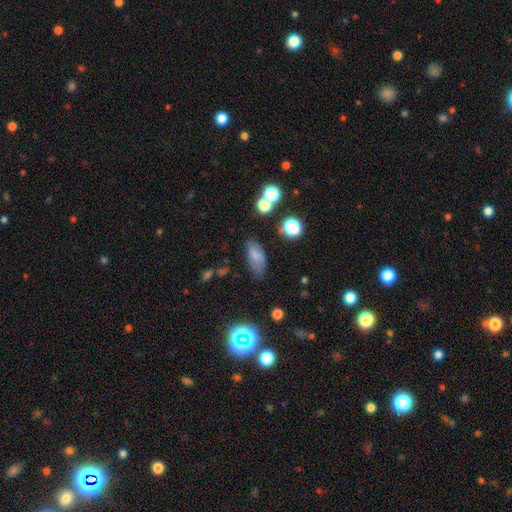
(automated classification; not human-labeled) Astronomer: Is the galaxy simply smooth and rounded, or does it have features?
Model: smooth — 70%.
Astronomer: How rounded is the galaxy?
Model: in between — 88%.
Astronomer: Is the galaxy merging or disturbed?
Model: none — 63%.